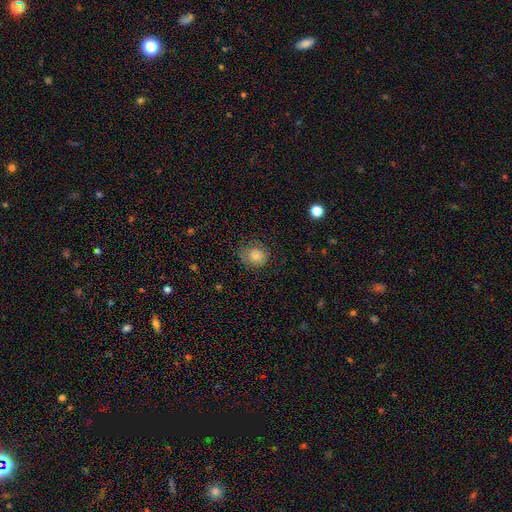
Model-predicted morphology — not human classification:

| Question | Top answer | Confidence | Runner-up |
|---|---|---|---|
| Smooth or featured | smooth | 80% | star or artifact (10%) |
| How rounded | round | 75% | in between (24%) |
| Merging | none | 65% | minor disturbance (22%) |